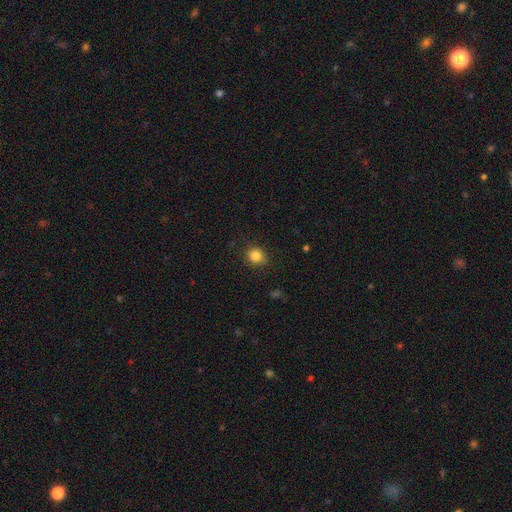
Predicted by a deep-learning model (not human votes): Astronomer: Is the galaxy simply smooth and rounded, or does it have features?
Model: smooth — 84%.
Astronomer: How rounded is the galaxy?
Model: round — 81%.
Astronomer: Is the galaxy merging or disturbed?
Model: none — 87%.